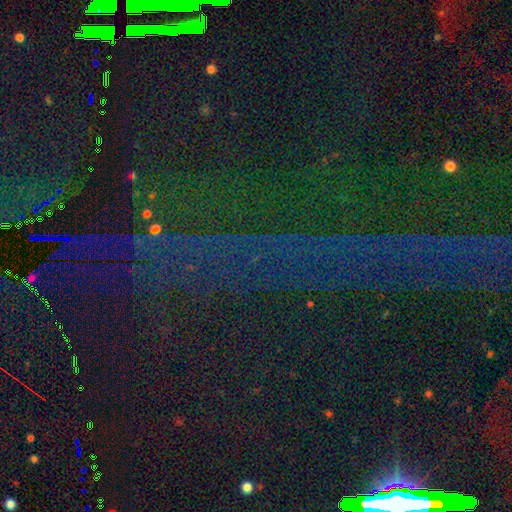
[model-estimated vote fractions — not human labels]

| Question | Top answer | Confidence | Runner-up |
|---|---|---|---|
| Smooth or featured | star or artifact | 86% | smooth (7%) |